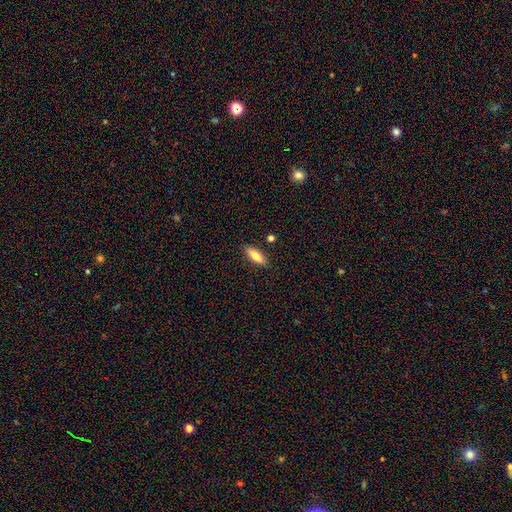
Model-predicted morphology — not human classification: A smooth galaxy with no disk features (73%) that is in between round and cigar-shaped (50%).

Vote fractions:
- Smooth or featured? smooth: 73% / featured or disk: 20% / star or artifact: 7%
- How rounded? in between: 50% / cigar-shaped: 48% / round: 2%
- Merging? none: 85% / minor disturbance: 10% / merger: 3% / major disturbance: 2%